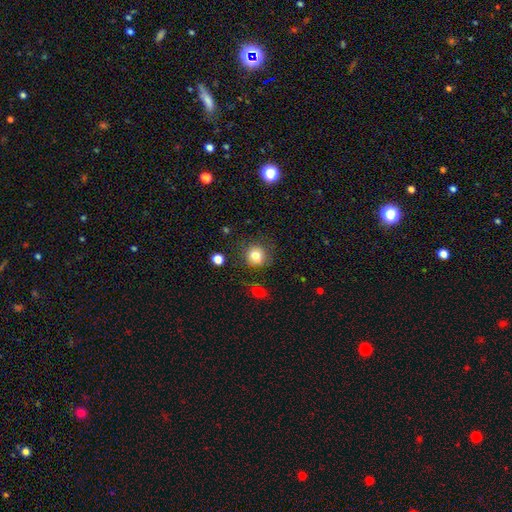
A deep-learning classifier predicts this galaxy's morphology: Q: Smooth or featured?
A: smooth (80%); runner-up: star or artifact (12%)
Q: How rounded?
A: round (88%); runner-up: in between (11%)
Q: Merging?
A: none (78%); runner-up: minor disturbance (14%)